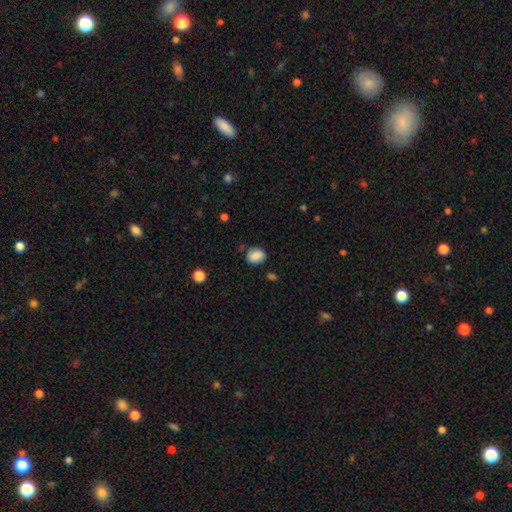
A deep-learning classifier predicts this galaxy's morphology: A smooth galaxy with no disk features (85%) that is in between round and cigar-shaped (53%).

Vote fractions:
- Smooth or featured? smooth: 85% / star or artifact: 9% / featured or disk: 7%
- How rounded? in between: 53% / round: 46% / cigar-shaped: 1%
- Merging? none: 75% / minor disturbance: 17% / major disturbance: 4% / merger: 4%